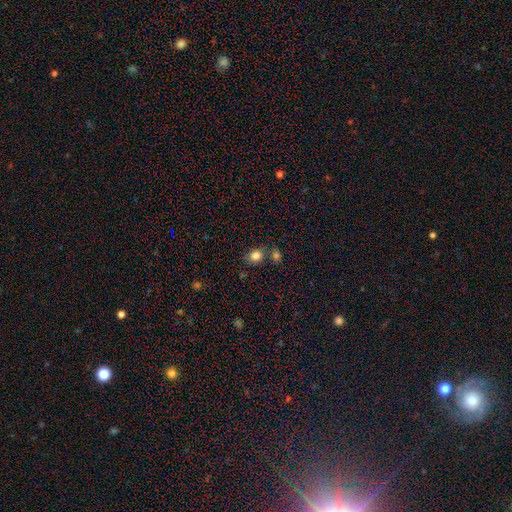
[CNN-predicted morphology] Overall: smooth (82%). How rounded: round (51%; in between 48%). Merging: none (66%).